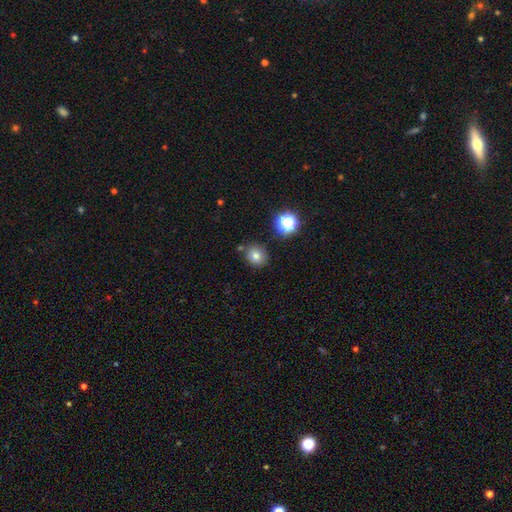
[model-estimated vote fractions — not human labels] Smooth or featured? smooth (77%)
How rounded? round (75%)
Merging? none (78%)